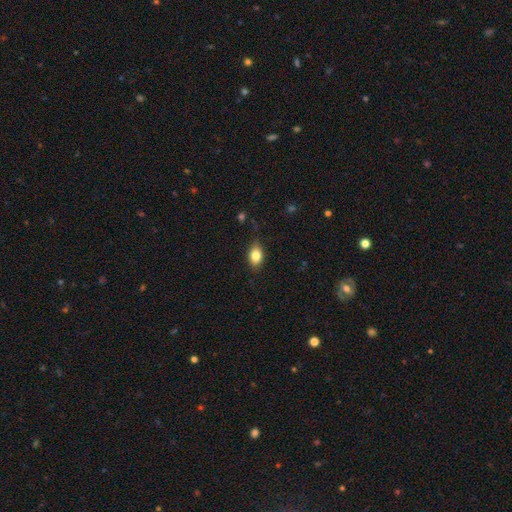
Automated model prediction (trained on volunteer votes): Overall: smooth (81%). How rounded: in between (81%). Merging: none (82%).